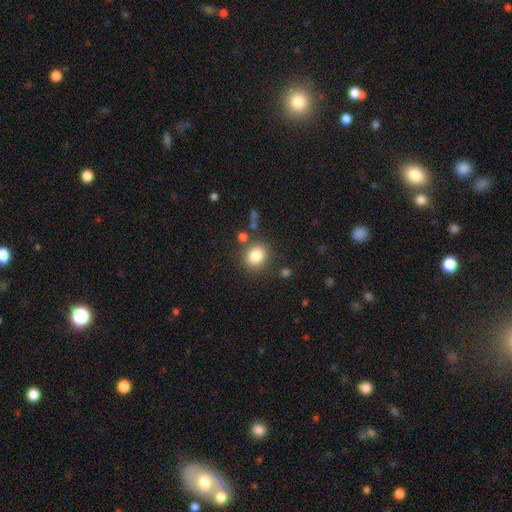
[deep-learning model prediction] smooth-or-featured: smooth: 83% | star or artifact: 11% | featured or disk: 7%
  how-rounded: round: 74% | in between: 25% | cigar-shaped: 1%
  merging: none: 80% | minor disturbance: 10% | merger: 6% | major disturbance: 4%